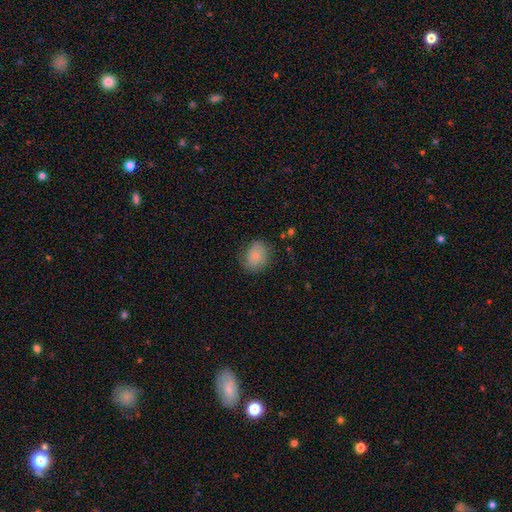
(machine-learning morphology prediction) The model was most divided on "how rounded": round: 55%, in between: 44%, cigar-shaped: 1%. More confident: smooth or featured — smooth (75%); merging — none (68%).